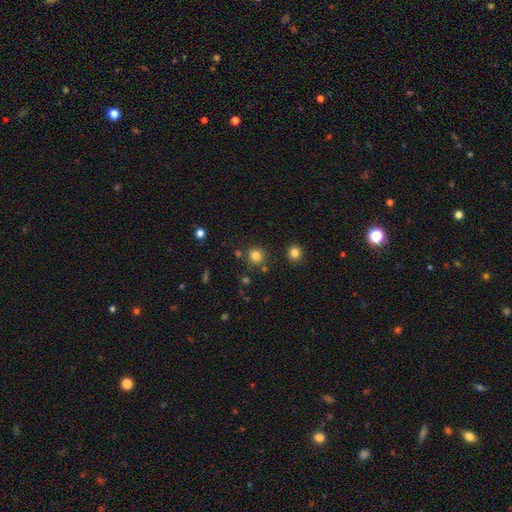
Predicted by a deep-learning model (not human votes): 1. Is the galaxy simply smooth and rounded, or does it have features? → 80% smooth, 14% star or artifact, 5% featured or disk.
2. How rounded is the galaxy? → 93% round, 6% in between, 1% cigar-shaped.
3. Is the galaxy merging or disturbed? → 83% none, 8% minor disturbance, 6% merger, 3% major disturbance.